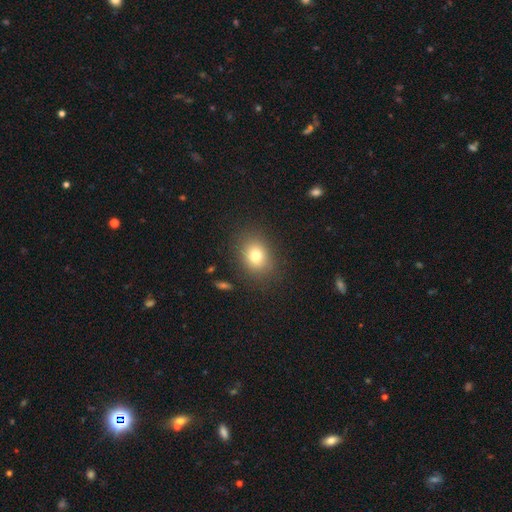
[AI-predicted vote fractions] Smooth or featured?
  - smooth: 76% *
  - star or artifact: 12%
  - featured or disk: 11%
How rounded?
  - round: 51% *
  - in between: 48%
  - cigar-shaped: 1%
Merging?
  - none: 85% *
  - minor disturbance: 9%
  - major disturbance: 4%
  - merger: 2%